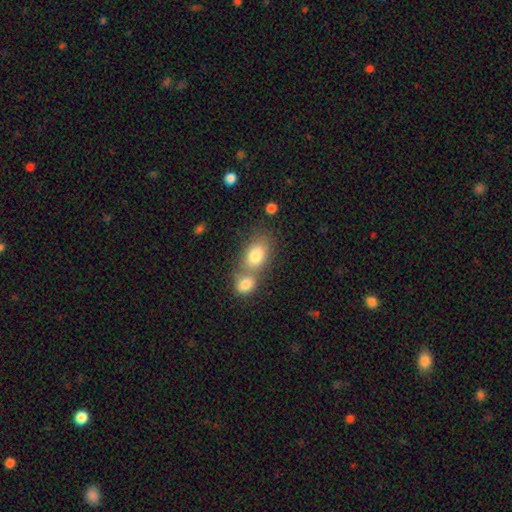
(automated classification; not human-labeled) Smooth or featured: smooth — 81% (featured or disk — 11%)
How rounded: in between — 78% (round — 20%)
Merging: merger — 51% (none — 37%)